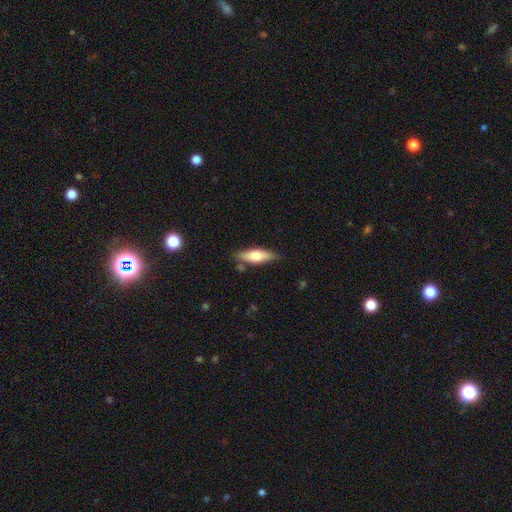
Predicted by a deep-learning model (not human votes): Overall: smooth (57%; featured or disk 37%). How rounded: in between (52%; cigar-shaped 46%). Merging: none (80%).